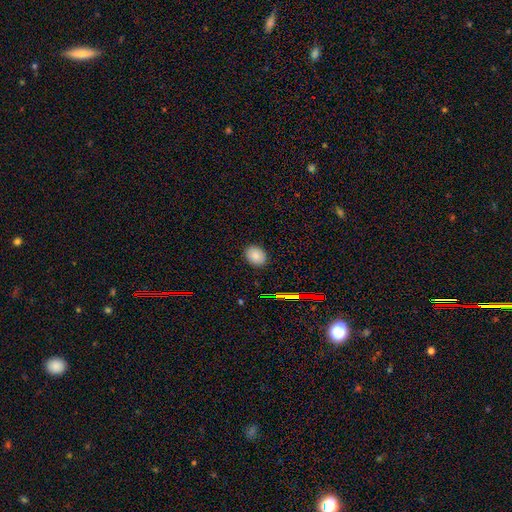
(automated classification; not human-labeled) Overall: smooth (83%). How rounded: in between (56%; round 43%). Merging: none (89%).